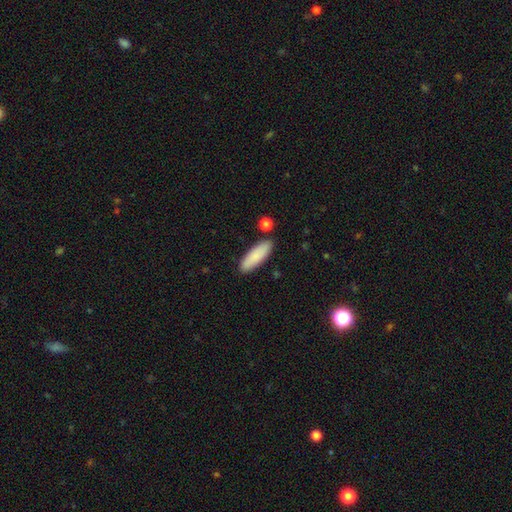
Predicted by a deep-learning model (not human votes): Smooth or featured? Predicted: smooth (p=0.85). How rounded? Predicted: in between (p=0.55). Merging? Predicted: none (p=0.84).